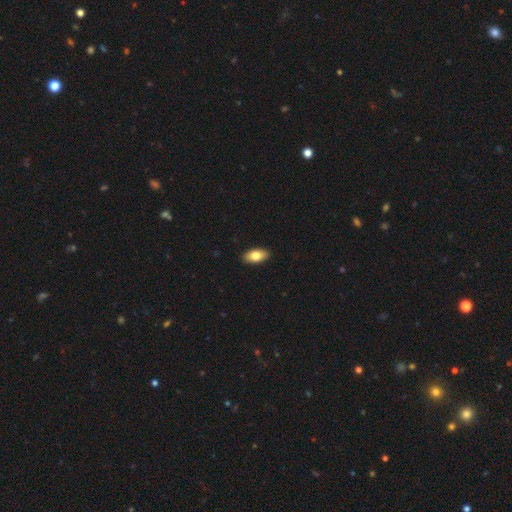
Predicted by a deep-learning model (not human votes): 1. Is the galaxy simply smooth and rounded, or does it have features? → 80% smooth, 13% featured or disk, 7% star or artifact.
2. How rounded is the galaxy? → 91% in between, 5% cigar-shaped, 4% round.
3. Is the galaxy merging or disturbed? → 90% none, 7% minor disturbance, 2% major disturbance, 1% merger.